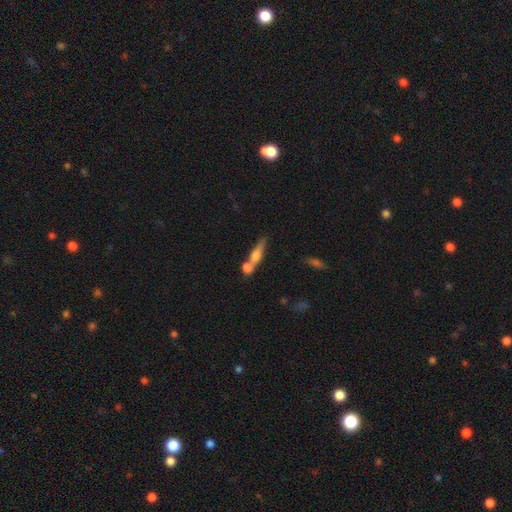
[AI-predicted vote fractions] This is possibly a smooth galaxy (58%). How rounded: likely cigar-shaped (63%). Merging: possibly merger (49%).